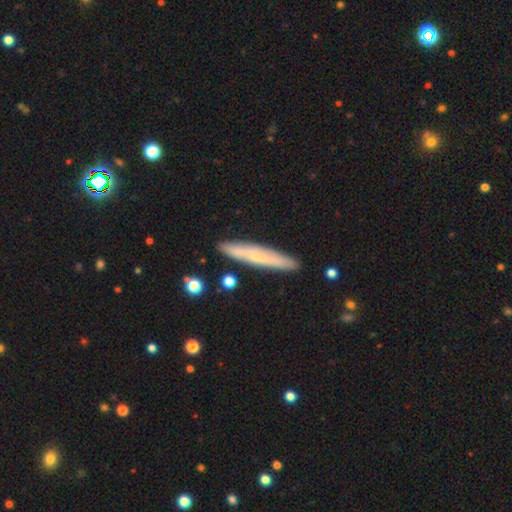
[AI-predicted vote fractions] Smooth or featured? smooth (55%)
How rounded? cigar-shaped (94%)
Merging? none (89%)